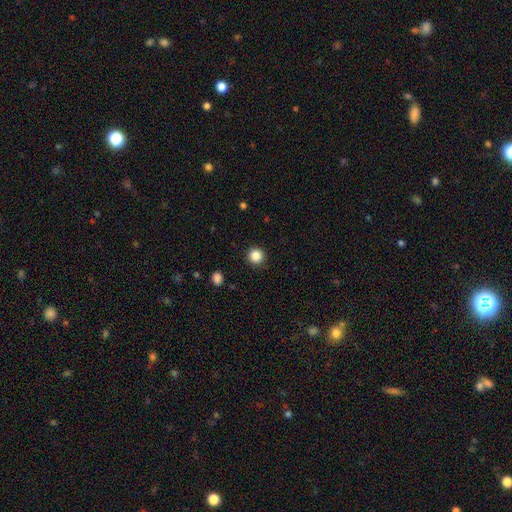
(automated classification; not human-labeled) Q: Smooth or featured?
A: smooth (86%); runner-up: star or artifact (11%)
Q: How rounded?
A: round (95%); runner-up: in between (4%)
Q: Merging?
A: none (92%); runner-up: minor disturbance (5%)